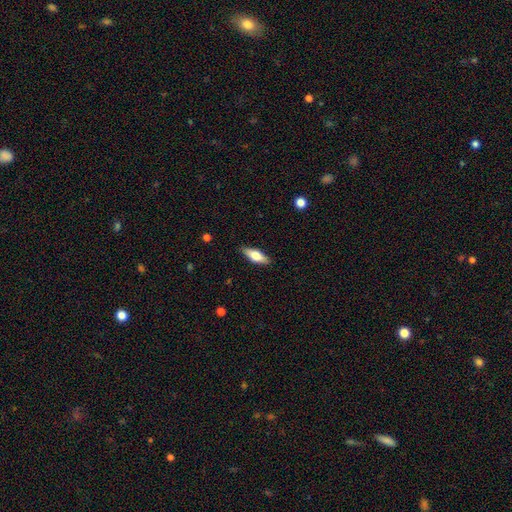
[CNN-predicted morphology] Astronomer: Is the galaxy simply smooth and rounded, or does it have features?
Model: smooth — 58% (runner-up: featured or disk, 36%).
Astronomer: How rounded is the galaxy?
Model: in between — 60% (runner-up: cigar-shaped, 37%).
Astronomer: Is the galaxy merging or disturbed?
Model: none — 88%.